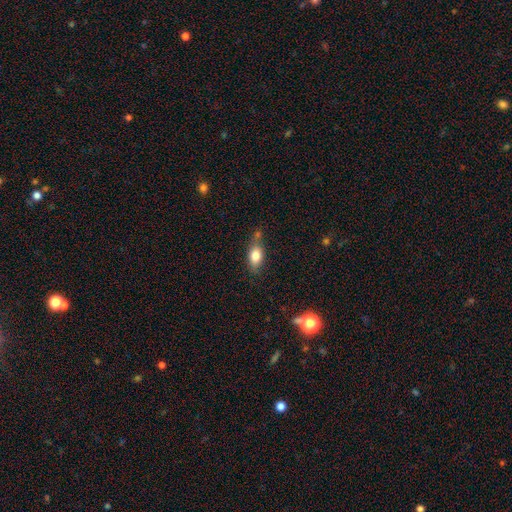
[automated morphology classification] The model was most divided on "merging": none: 54%, minor disturbance: 25%, merger: 13%, major disturbance: 8%. More confident: how rounded — in between (83%); smooth or featured — smooth (79%).